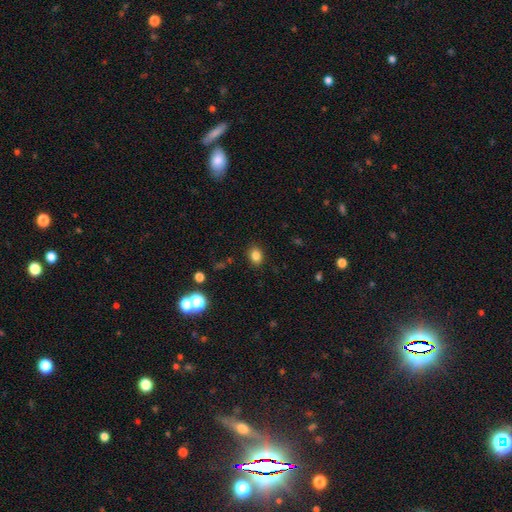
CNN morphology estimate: A smooth galaxy with no disk features (84%) that is in between round and cigar-shaped (61%). Merging: none (87%).